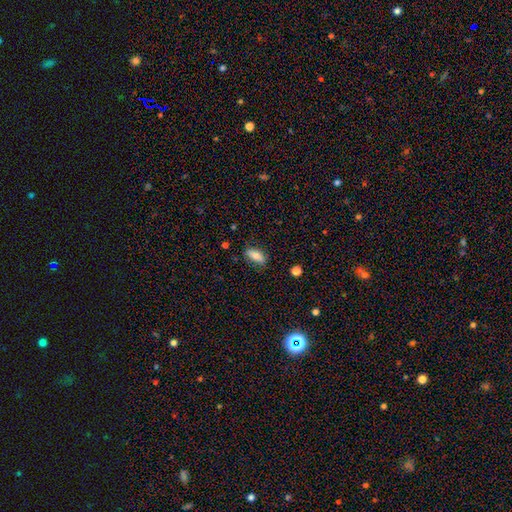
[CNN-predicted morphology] Overall: smooth (76%). How rounded: in between (80%). Merging: none (81%).